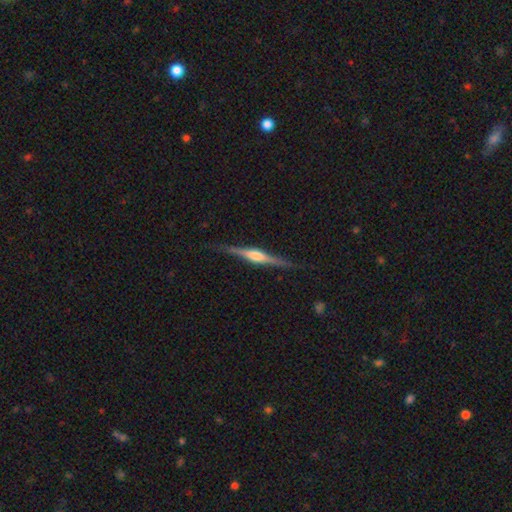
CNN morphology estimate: This appears to be a featured or disk galaxy (79%) viewed edge-on (98%) with a rounded central bulge (81%). Merging: none (86%).